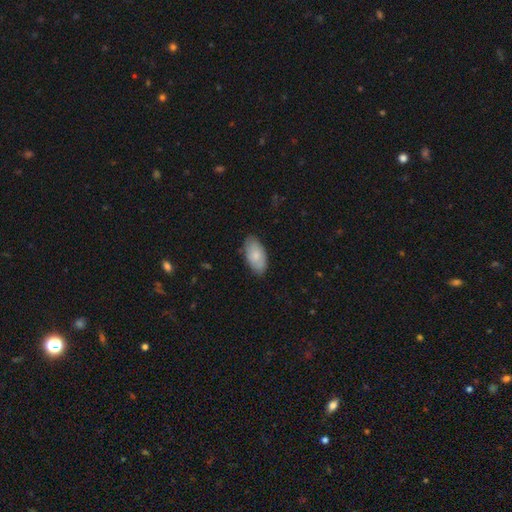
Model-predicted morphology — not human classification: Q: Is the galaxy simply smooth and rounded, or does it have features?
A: smooth — 79%.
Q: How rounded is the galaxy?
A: in between — 94%.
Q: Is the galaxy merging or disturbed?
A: none — 82%.